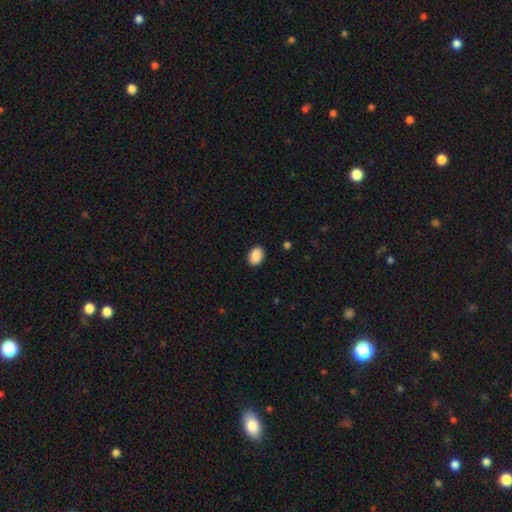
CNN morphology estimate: smooth_or_featured: smooth (p=0.90) [alt: star or artifact p=0.07]
how_rounded: in between (p=0.85) [alt: round p=0.14]
merging: none (p=0.89) [alt: minor disturbance p=0.08]